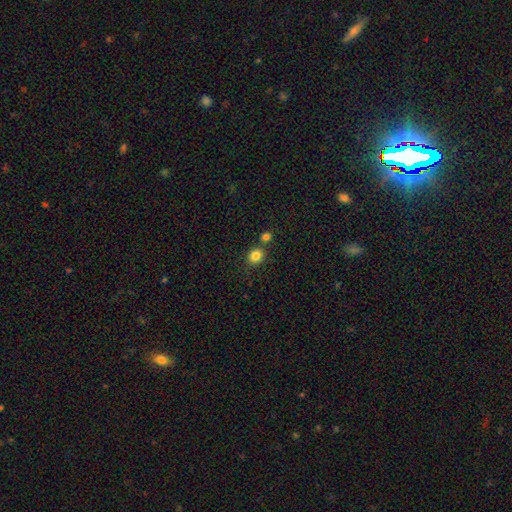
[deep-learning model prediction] A smooth galaxy with no disk features (84%) that is round (72%). Merging: none (70%).